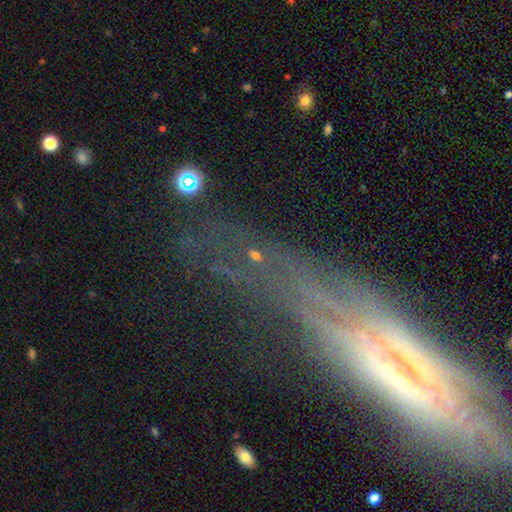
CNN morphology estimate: smooth-or-featured: star or artifact: 52% | featured or disk: 25% | smooth: 23%